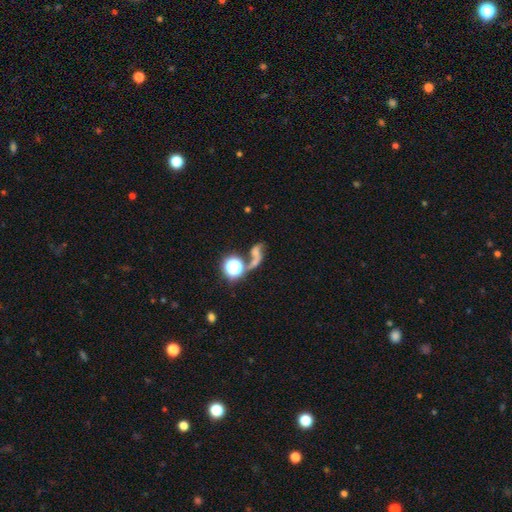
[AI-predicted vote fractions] The model was most divided on "smooth or featured": featured or disk: 39%, smooth: 35%, star or artifact: 25%. Remaining: merging — merger (40%).